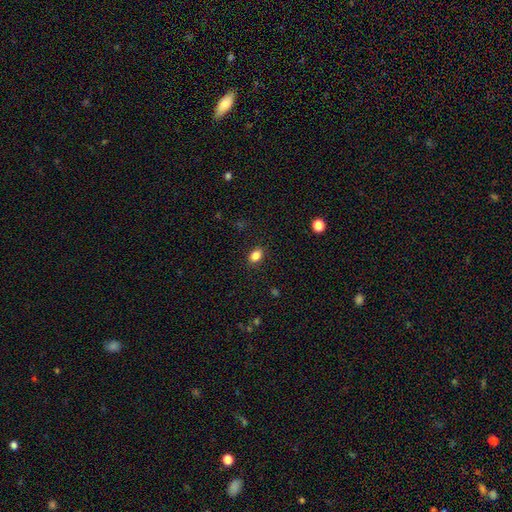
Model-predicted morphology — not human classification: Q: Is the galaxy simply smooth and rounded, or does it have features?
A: smooth — 85%.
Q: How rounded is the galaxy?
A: in between — 74%.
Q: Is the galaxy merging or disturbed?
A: none — 88%.